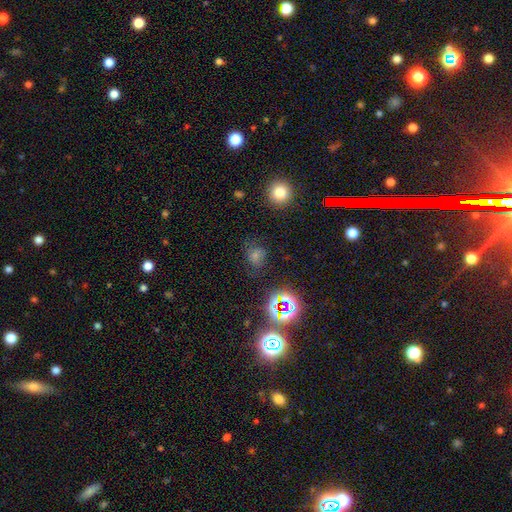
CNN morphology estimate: Smooth or featured?
  - smooth: 42% *
  - star or artifact: 41%
  - featured or disk: 17%
Merging?
  - none: 72% *
  - minor disturbance: 16%
  - major disturbance: 9%
  - merger: 3%